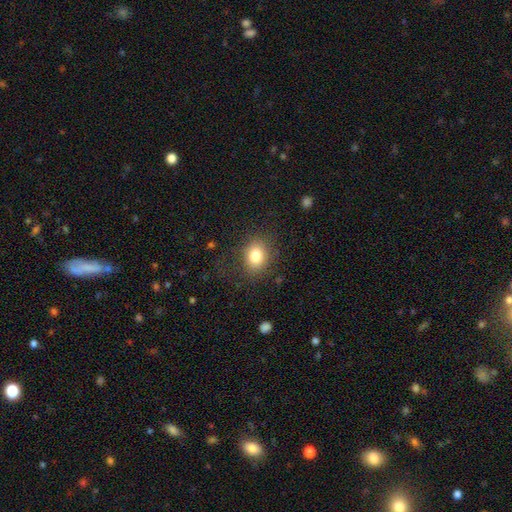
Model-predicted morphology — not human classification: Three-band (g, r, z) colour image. It shows a smooth galaxy with no disk features (81%) that is in between round and cigar-shaped (53%). Merging: none (79%).